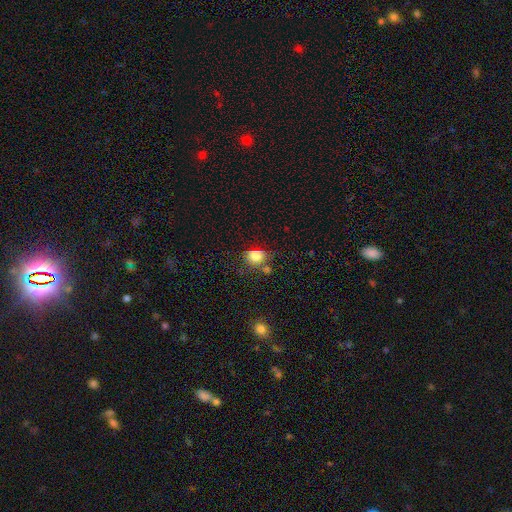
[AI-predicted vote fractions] A smooth galaxy with no disk features (82%) that is round (64%).

Vote fractions:
- Smooth or featured? smooth: 82% / star or artifact: 11% / featured or disk: 7%
- How rounded? round: 64% / in between: 35% / cigar-shaped: 1%
- Merging? none: 59% / minor disturbance: 21% / merger: 14% / major disturbance: 7%